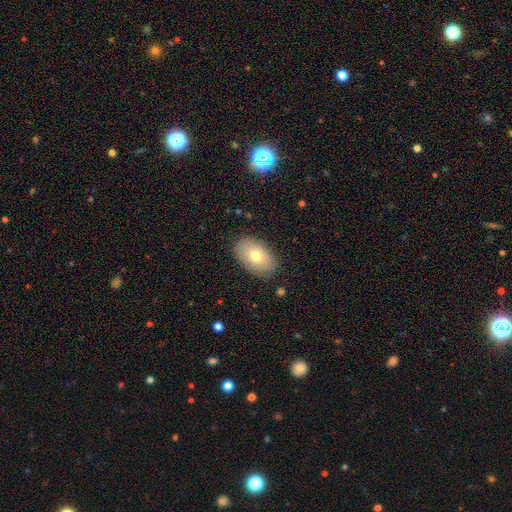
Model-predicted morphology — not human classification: Q: Smooth or featured?
A: smooth (72%); runner-up: featured or disk (20%)
Q: How rounded?
A: in between (90%); runner-up: round (9%)
Q: Merging?
A: none (85%); runner-up: minor disturbance (11%)